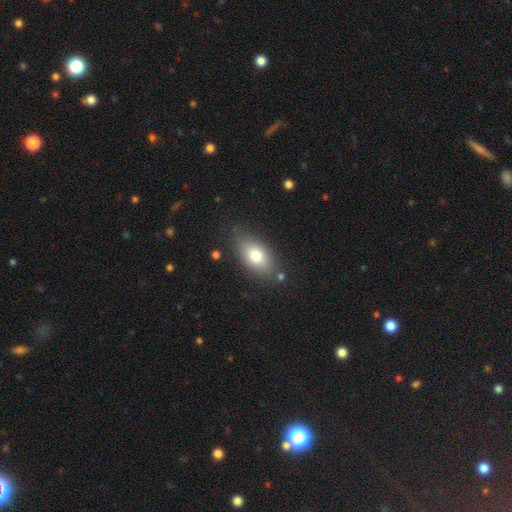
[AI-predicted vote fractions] Morphology: type=smooth (77%); roundness=in between (87%); merging=none (76%).